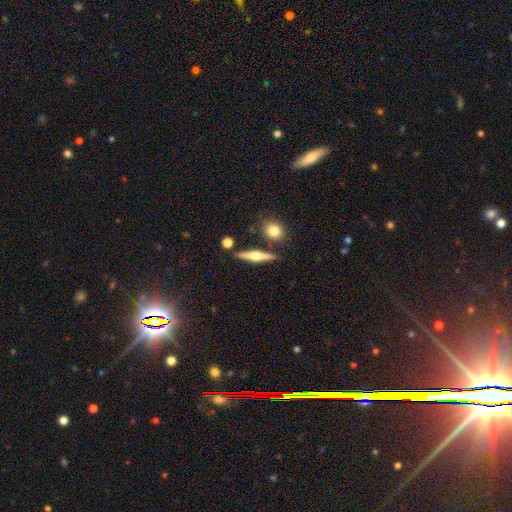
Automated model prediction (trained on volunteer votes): The model was most divided on "smooth or featured": featured or disk: 61%, smooth: 32%, star or artifact: 7%. More confident: edge-on disk — yes (96%); edge-on bulge — rounded (90%); merging — none (83%).